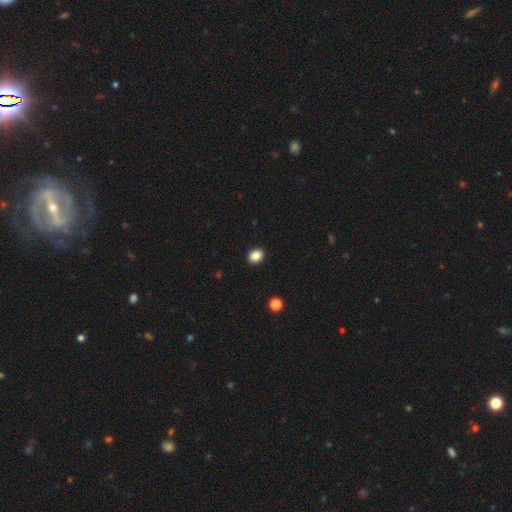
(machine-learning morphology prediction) Overall: smooth (86%). How rounded: round (58%; in between 42%). Merging: none (92%).